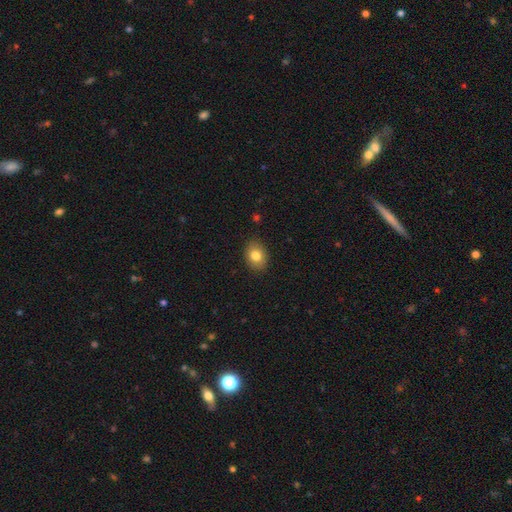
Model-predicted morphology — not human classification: smooth_or_featured: smooth (p=0.81) [alt: featured or disk p=0.10]
how_rounded: in between (p=0.65) [alt: round p=0.34]
merging: none (p=0.87) [alt: minor disturbance p=0.10]